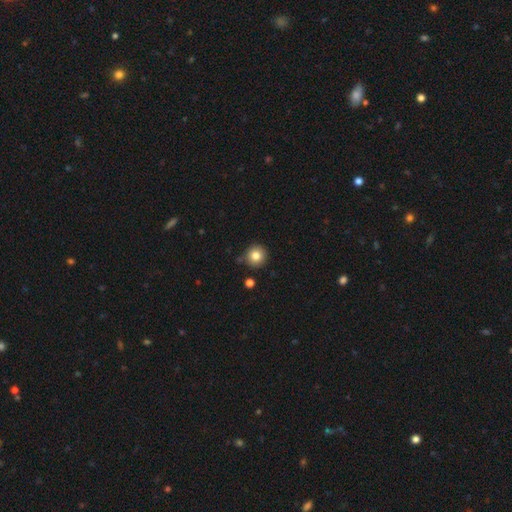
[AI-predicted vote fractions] Smooth or featured? Predicted: smooth (p=0.83). How rounded? Predicted: round (p=0.94). Merging? Predicted: none (p=0.84).